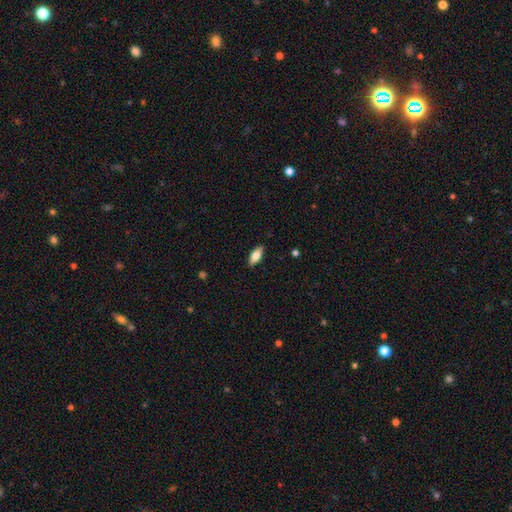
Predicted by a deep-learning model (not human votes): Smooth or featured: smooth — 74% (featured or disk — 20%)
How rounded: in between — 82% (cigar-shaped — 15%)
Merging: none — 88% (minor disturbance — 9%)